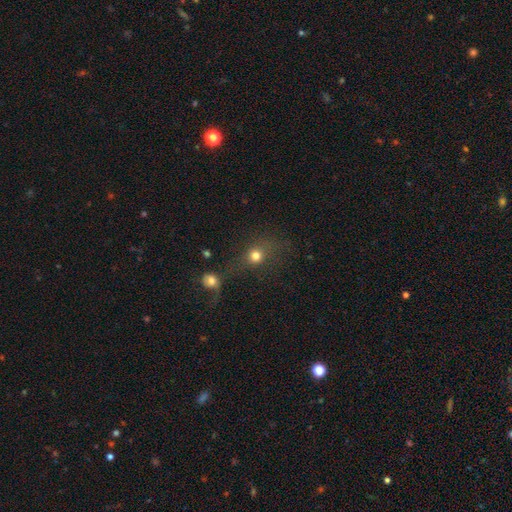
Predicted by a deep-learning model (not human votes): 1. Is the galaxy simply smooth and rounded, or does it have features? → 72% smooth, 16% star or artifact, 12% featured or disk.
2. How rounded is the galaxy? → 82% round, 16% in between, 2% cigar-shaped.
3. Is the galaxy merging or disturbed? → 50% none, 26% merger, 13% major disturbance, 11% minor disturbance.